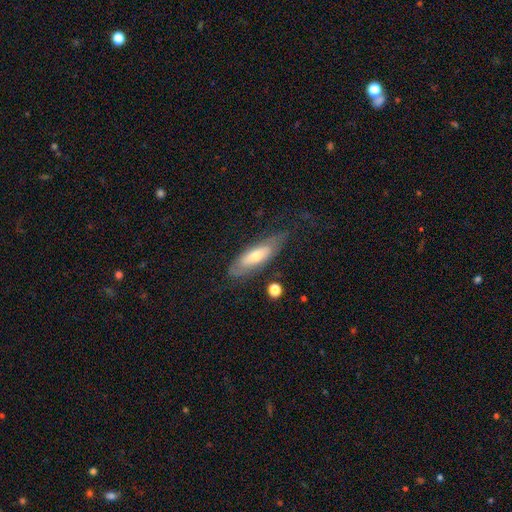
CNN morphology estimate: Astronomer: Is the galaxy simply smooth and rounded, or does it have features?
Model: featured or disk — 53% (runner-up: smooth, 40%).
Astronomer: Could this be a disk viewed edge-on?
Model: no — 63%.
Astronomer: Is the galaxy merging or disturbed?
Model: none — 61%.